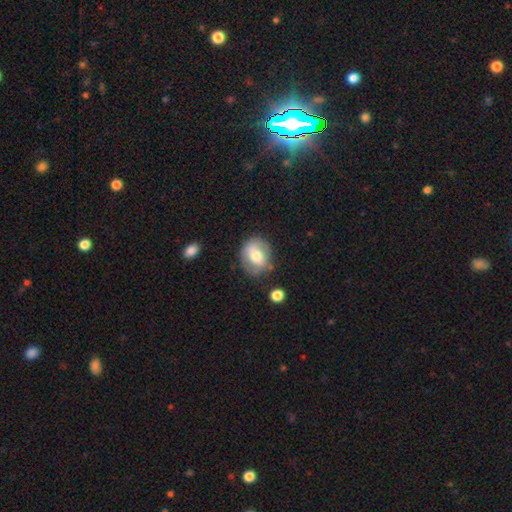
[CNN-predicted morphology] smooth 55%, featured or disk 37%, star or artifact 7%. Down the decision tree: how rounded — round (61%); merging — none (74%).